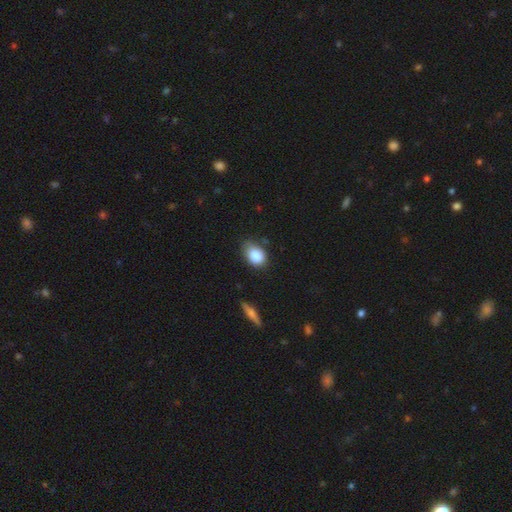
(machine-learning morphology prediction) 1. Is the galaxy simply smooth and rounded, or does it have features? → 84% smooth, 8% star or artifact, 8% featured or disk.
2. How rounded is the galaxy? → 72% in between, 27% round, 1% cigar-shaped.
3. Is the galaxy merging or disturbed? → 69% none, 24% minor disturbance, 4% major disturbance, 3% merger.